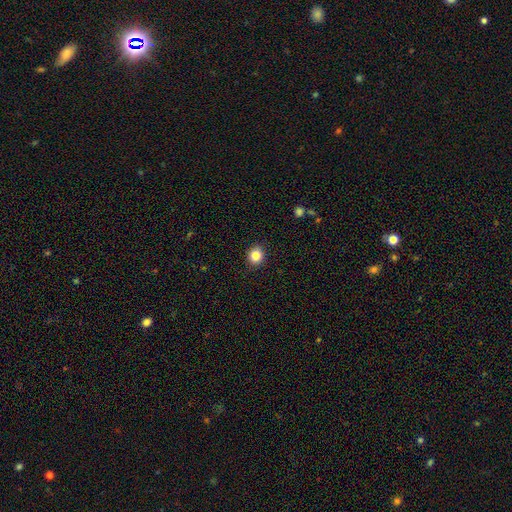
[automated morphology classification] Smooth or featured? smooth (85%)
How rounded? round (79%)
Merging? none (90%)